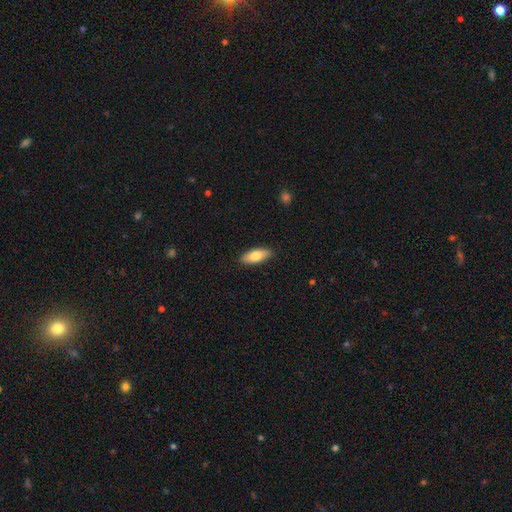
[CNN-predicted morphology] Smooth or featured? Predicted: smooth (p=0.77). How rounded? Predicted: in between (p=0.76). Merging? Predicted: none (p=0.88).